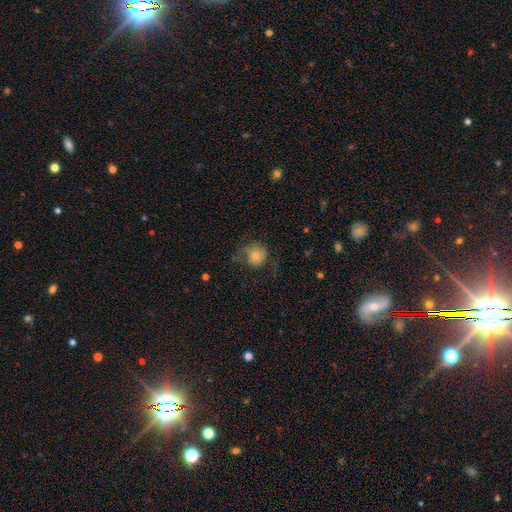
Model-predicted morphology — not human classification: A smooth galaxy with no disk features (61%) that is round (80%). Merging: none (47%).